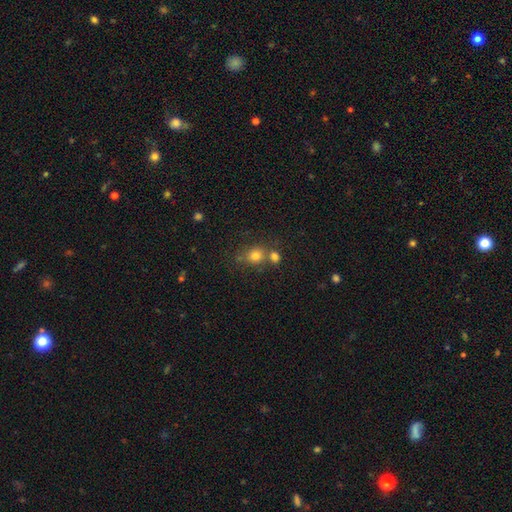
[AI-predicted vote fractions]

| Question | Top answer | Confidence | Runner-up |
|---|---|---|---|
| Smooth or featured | smooth | 77% | star or artifact (14%) |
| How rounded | round | 73% | in between (25%) |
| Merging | none | 54% | merger (31%) |